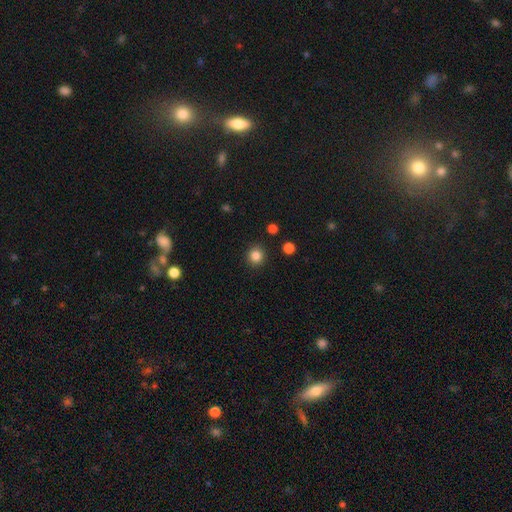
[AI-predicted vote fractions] smooth-or-featured: smooth: 84% | star or artifact: 12% | featured or disk: 4%
  how-rounded: round: 92% | in between: 7% | cigar-shaped: 1%
  merging: none: 91% | minor disturbance: 6% | major disturbance: 2% | merger: 2%